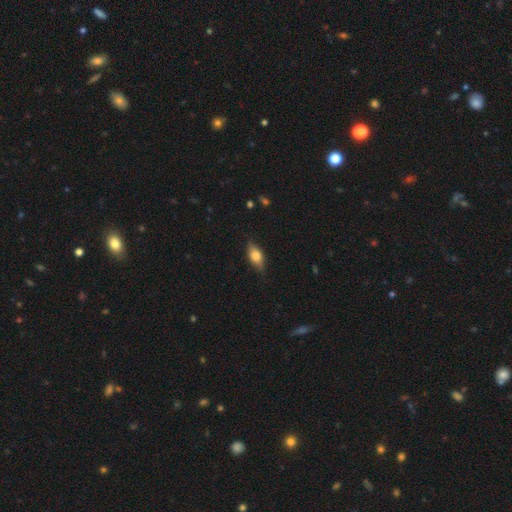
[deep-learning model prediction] smooth_or_featured: smooth (p=0.58) [alt: featured or disk p=0.35]
how_rounded: in between (p=0.80) [alt: cigar-shaped p=0.14]
merging: none (p=0.81) [alt: minor disturbance p=0.15]